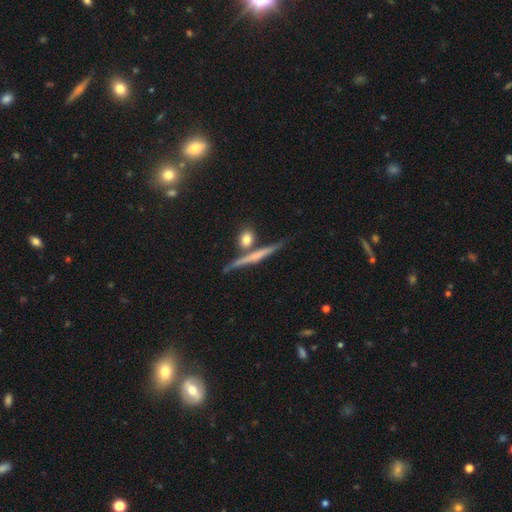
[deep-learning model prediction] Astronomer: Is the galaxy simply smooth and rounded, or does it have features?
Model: featured or disk — 59%.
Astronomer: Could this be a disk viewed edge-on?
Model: yes — 95%.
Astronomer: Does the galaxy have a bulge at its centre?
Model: none — 58%.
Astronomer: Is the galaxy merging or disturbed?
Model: none — 74%.